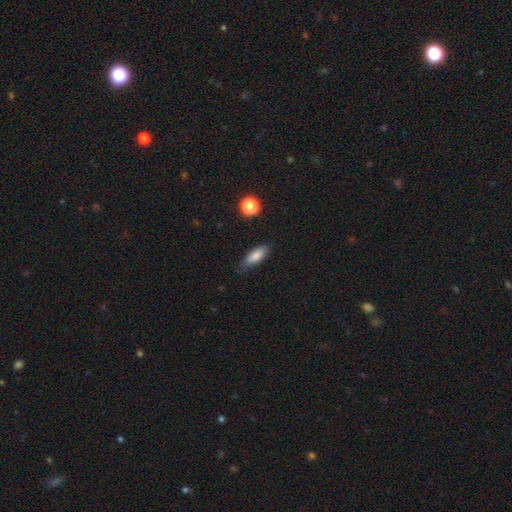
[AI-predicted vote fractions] Morphology: type=smooth (82%); roundness=in between (72%); merging=none (71%).